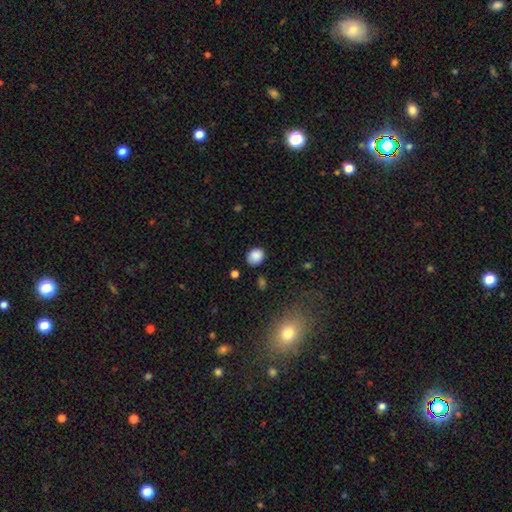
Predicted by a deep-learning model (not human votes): Smooth or featured? smooth (87%)
How rounded? round (61%)
Merging? none (80%)